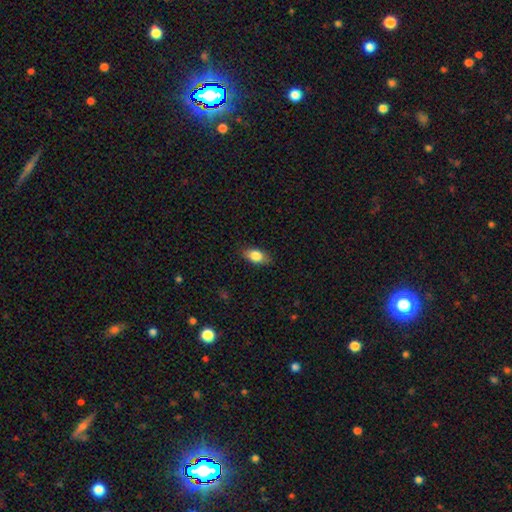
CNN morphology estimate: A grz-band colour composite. It shows a smooth galaxy with no disk features (83%) that is in between round and cigar-shaped (87%). Merging: none (84%).